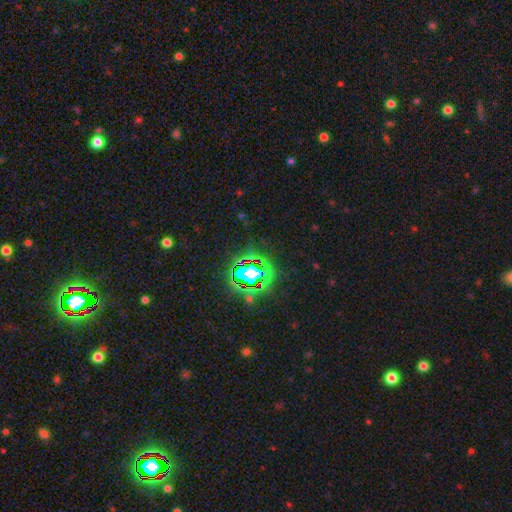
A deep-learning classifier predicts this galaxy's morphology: Smooth or featured? Predicted: star or artifact (p=0.83).